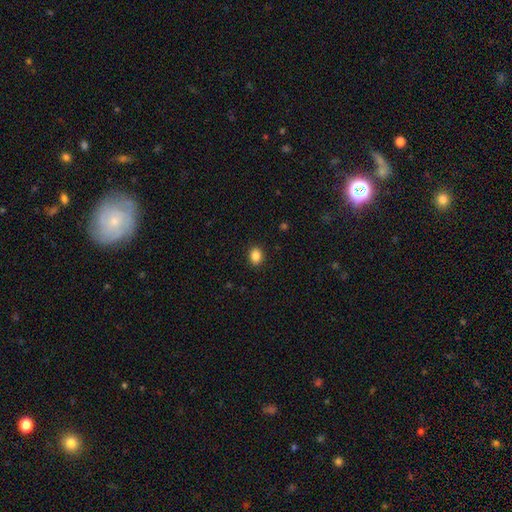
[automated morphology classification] A smooth galaxy with no disk features (87%) that is in between round and cigar-shaped (60%).

Vote fractions:
- Smooth or featured? smooth: 87% / star or artifact: 10% / featured or disk: 4%
- How rounded? in between: 60% / round: 39% / cigar-shaped: 1%
- Merging? none: 90% / minor disturbance: 7% / major disturbance: 2% / merger: 1%